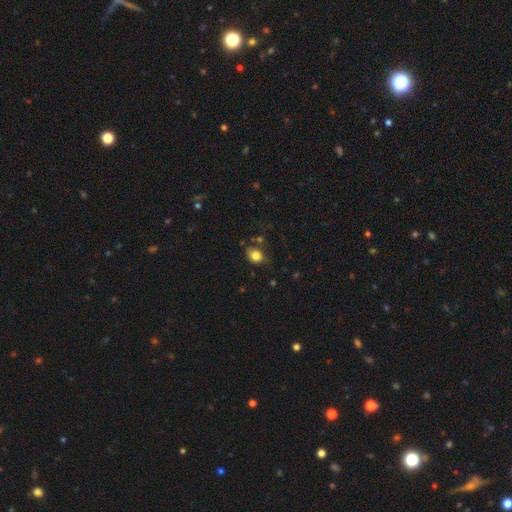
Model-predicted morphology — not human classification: This is clearly a smooth galaxy (82%). How rounded: possibly in between (53%). Merging: likely none (74%).